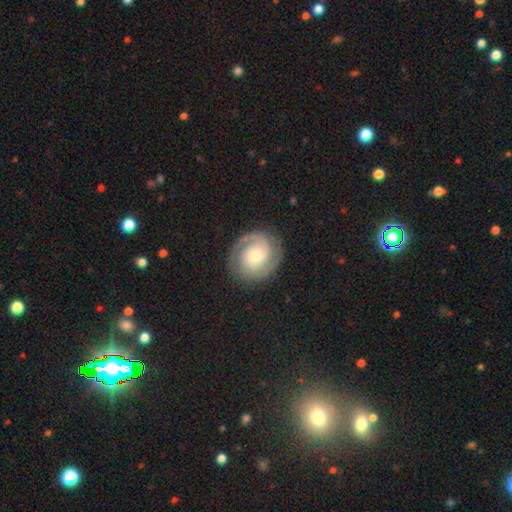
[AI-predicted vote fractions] smooth-or-featured: featured or disk: 84% | smooth: 10% | star or artifact: 6%
  disk-edge-on: no: 98% | yes: 2%
    bar: no: 64% | weak: 29% | strong: 7%
    has-spiral-arms: yes: 97% | no: 3%
      spiral-winding: tight: 64% | medium: 30% | loose: 5%
      spiral-arm-count: 2: 84% | can't tell: 6% | 1: 4% | 3: 3% | 4: 1% | more than 4: 1%
    bulge-size: moderate: 53% | small: 36% | large: 7% | none: 2% | dominant: 1%
  merging: none: 85% | minor disturbance: 11% | major disturbance: 4% | merger: 1%